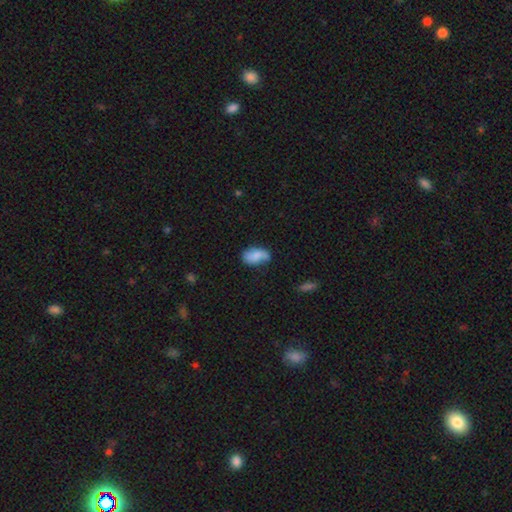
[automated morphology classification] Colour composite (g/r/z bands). It shows a smooth galaxy with no disk features (68%) that is in between round and cigar-shaped (91%). Merging: none (52%).